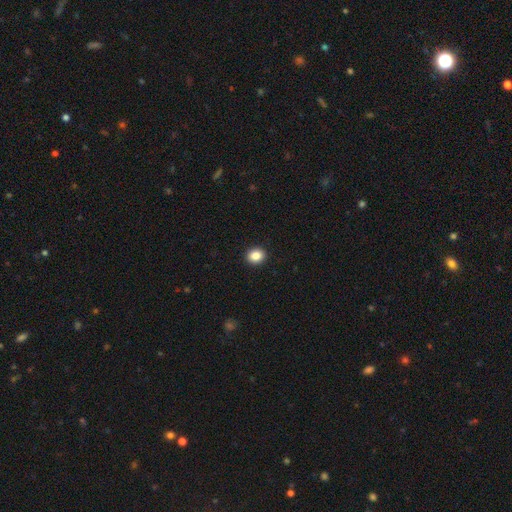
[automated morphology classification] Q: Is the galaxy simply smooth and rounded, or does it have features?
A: smooth — 87%.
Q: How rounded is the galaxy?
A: round — 70%.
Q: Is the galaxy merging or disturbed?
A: none — 93%.